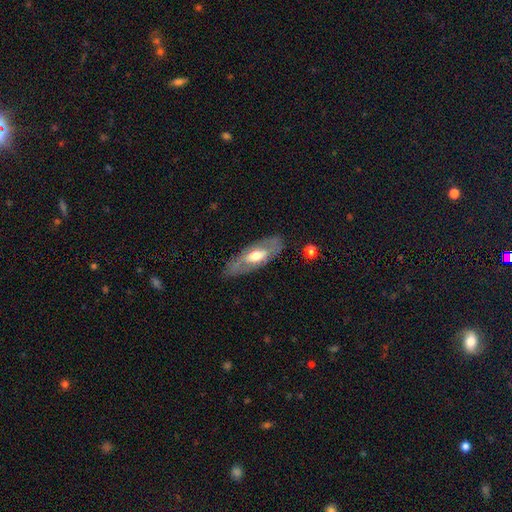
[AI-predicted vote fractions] Smooth or featured? Predicted: featured or disk (p=0.55). Edge-on disk? Predicted: no (p=0.73). Merging? Predicted: none (p=0.77).